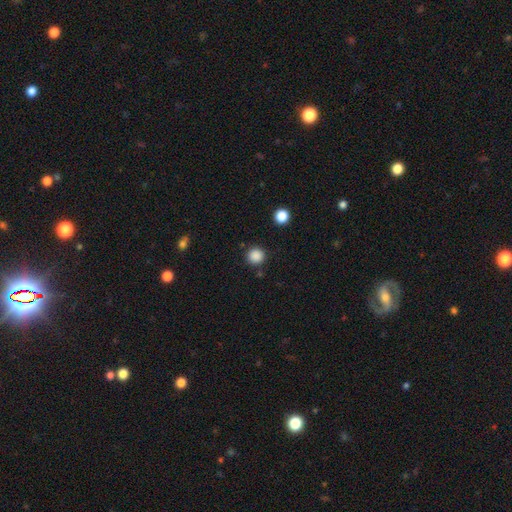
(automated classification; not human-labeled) Smooth or featured: smooth — 86% (star or artifact — 11%)
How rounded: round — 95% (in between — 4%)
Merging: none — 88% (minor disturbance — 7%)